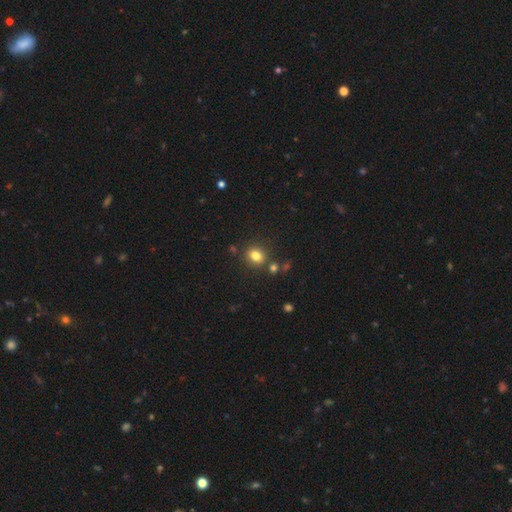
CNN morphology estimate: Smooth or featured?
  - smooth: 80% *
  - star or artifact: 13%
  - featured or disk: 7%
How rounded?
  - round: 65% *
  - in between: 35%
  - cigar-shaped: 1%
Merging?
  - none: 79% *
  - minor disturbance: 10%
  - merger: 8%
  - major disturbance: 3%